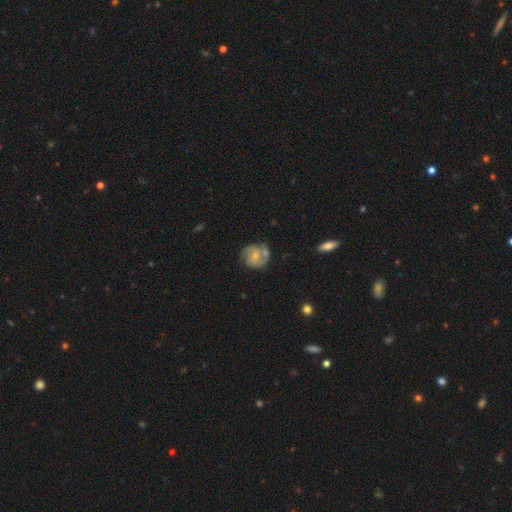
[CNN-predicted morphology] A featured or disk galaxy (66%) with no bar (70%), 2 (53%) medium (43%) spiral arms (86%) and a small central bulge (66%).

Vote fractions:
- Smooth or featured? featured or disk: 66% / smooth: 27% / star or artifact: 7%
- Edge-on disk? no: 98% / yes: 2%
- Bar? no: 70% / weak: 26% / strong: 4%
- Spiral arms? yes: 86% / no: 14%
- Spiral winding? medium: 43% / tight: 42% / loose: 15%
- Spiral arm count? 2: 53% / can't tell: 20% / 3: 16% / 1: 5% / 4: 3% / more than 4: 3%
- Bulge size? small: 66% / moderate: 27% / none: 5% / large: 1% / dominant: 1%
- Merging? none: 56% / minor disturbance: 22% / merger: 13% / major disturbance: 9%